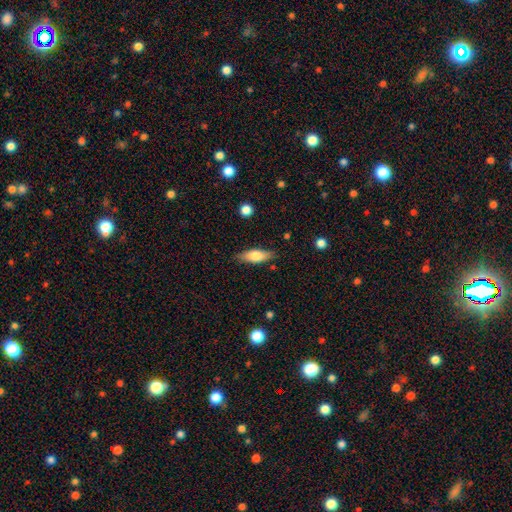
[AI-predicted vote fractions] smooth-or-featured: smooth: 70% | featured or disk: 24% | star or artifact: 6%
  how-rounded: in between: 65% | cigar-shaped: 33% | round: 3%
  merging: none: 84% | minor disturbance: 12% | major disturbance: 3% | merger: 1%